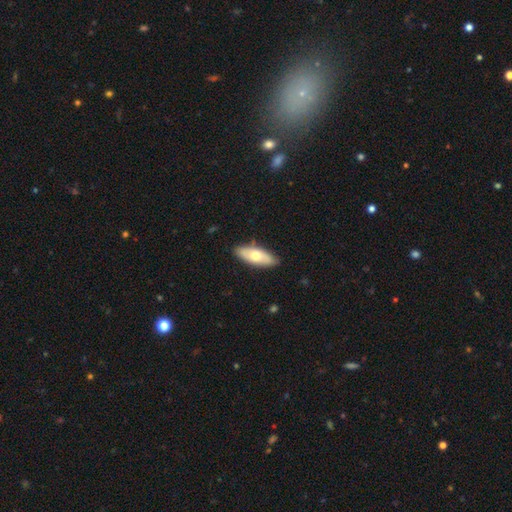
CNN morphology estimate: Smooth or featured? Predicted: smooth (p=0.62). How rounded? Predicted: in between (p=0.77). Merging? Predicted: none (p=0.86).